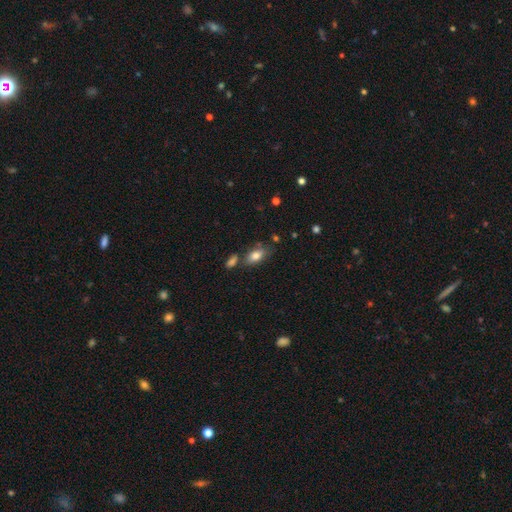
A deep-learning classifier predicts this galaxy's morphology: smooth 79%, featured or disk 12%, star or artifact 8%. Down the decision tree: how rounded — in between (88%); merging — none (64%).